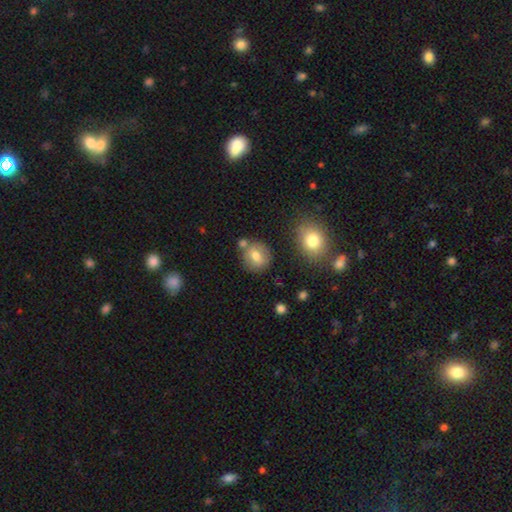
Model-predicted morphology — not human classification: The model was most divided on "smooth or featured": smooth: 70%, featured or disk: 20%, star or artifact: 10%. More confident: how rounded — round (80%); merging — none (71%).